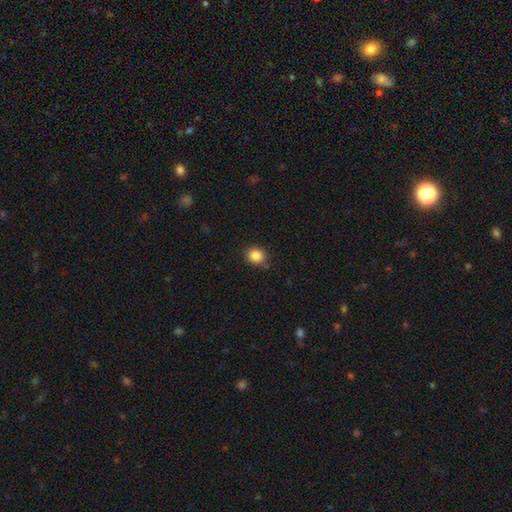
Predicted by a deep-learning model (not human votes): Smooth or featured: smooth — 86% (star or artifact — 11%)
How rounded: round — 85% (in between — 14%)
Merging: none — 85% (minor disturbance — 11%)